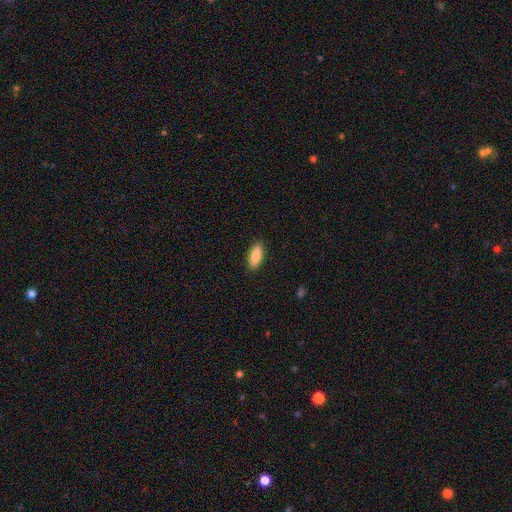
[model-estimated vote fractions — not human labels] This is clearly a smooth galaxy (86%). How rounded: likely in between (74%). Merging: clearly none (89%).